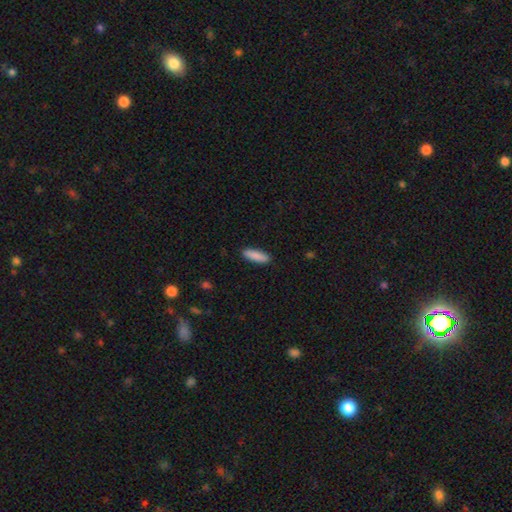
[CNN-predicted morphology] Smooth or featured: smooth — 89% (star or artifact — 6%)
How rounded: cigar-shaped — 57% (in between — 41%)
Merging: none — 90% (minor disturbance — 8%)